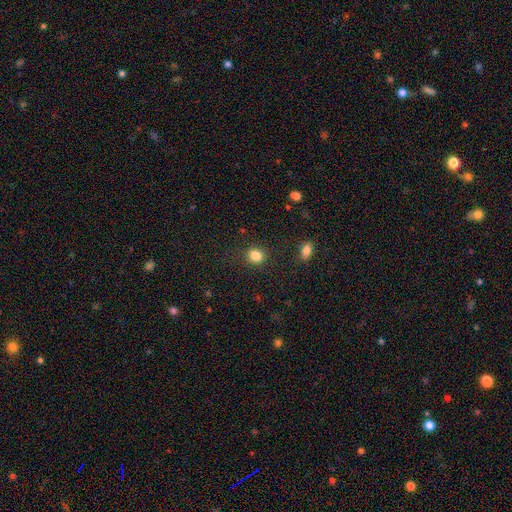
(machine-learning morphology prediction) This is clearly a smooth galaxy (85%). How rounded: likely round (70%). Merging: clearly none (84%).